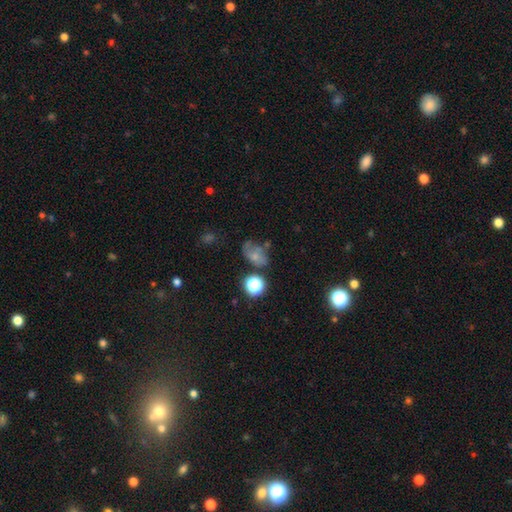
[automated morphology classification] smooth-or-featured: smooth: 60% | featured or disk: 22% | star or artifact: 19%
  how-rounded: in between: 74% | round: 24% | cigar-shaped: 2%
  merging: none: 41% | minor disturbance: 27% | major disturbance: 18% | merger: 14%